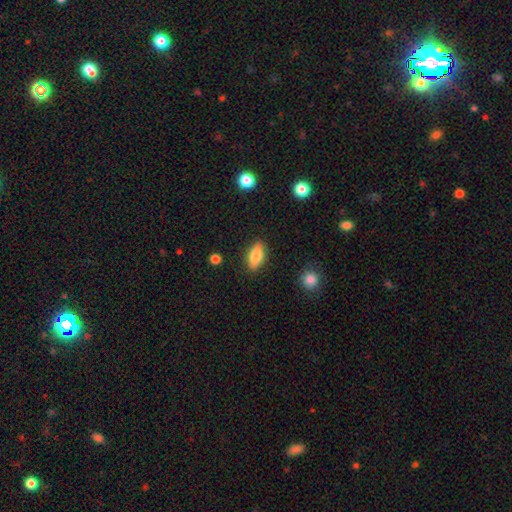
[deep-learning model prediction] This is likely a smooth galaxy (74%). How rounded: likely in between (79%). Merging: clearly none (86%).